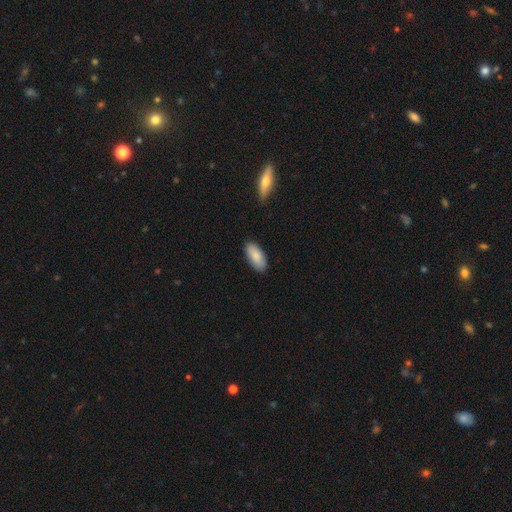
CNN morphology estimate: A smooth galaxy with no disk features (87%) that is in between round and cigar-shaped (88%). Merging: none (86%).